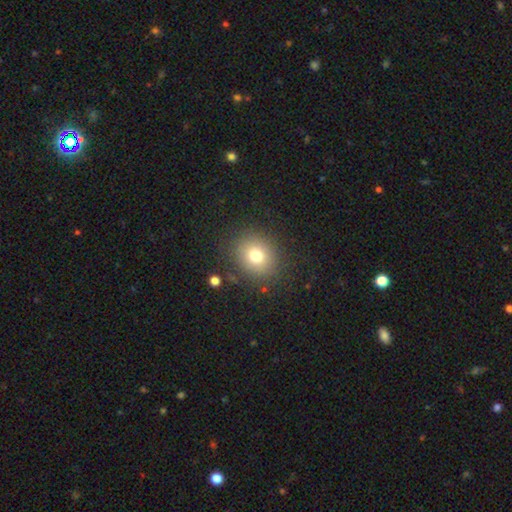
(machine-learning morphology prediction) Smooth or featured: smooth — 75% (star or artifact — 14%)
How rounded: round — 74% (in between — 25%)
Merging: none — 85% (minor disturbance — 9%)